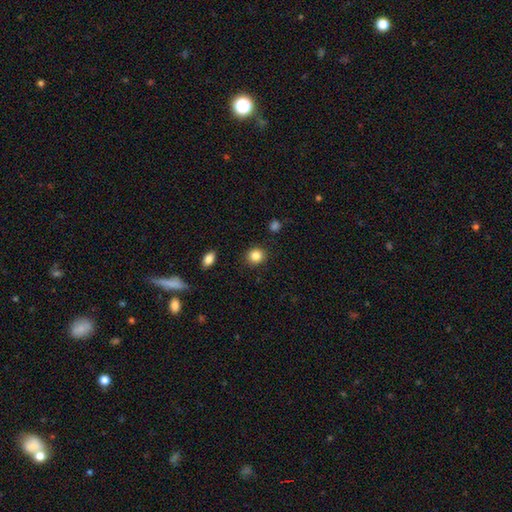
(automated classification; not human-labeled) smooth-or-featured: smooth: 86% | star or artifact: 10% | featured or disk: 4%
  how-rounded: round: 84% | in between: 15% | cigar-shaped: 1%
  merging: none: 90% | minor disturbance: 7% | major disturbance: 2% | merger: 2%